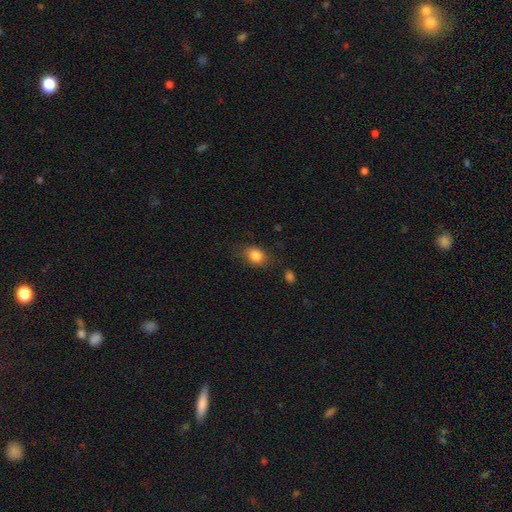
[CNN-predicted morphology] Smooth or featured: smooth — 83% (star or artifact — 9%)
How rounded: in between — 66% (round — 32%)
Merging: none — 75% (minor disturbance — 17%)